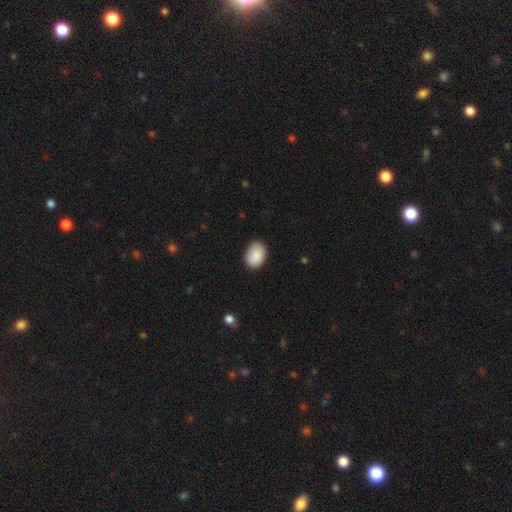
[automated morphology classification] Q: Smooth or featured?
A: smooth (89%); runner-up: star or artifact (6%)
Q: How rounded?
A: in between (78%); runner-up: round (21%)
Q: Merging?
A: none (82%); runner-up: minor disturbance (15%)